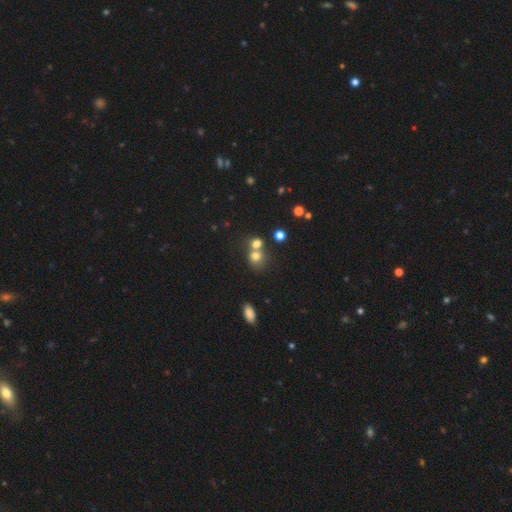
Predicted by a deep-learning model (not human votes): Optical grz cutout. It shows a smooth galaxy with no disk features (73%) that is round (76%). Merging: merger (49%).